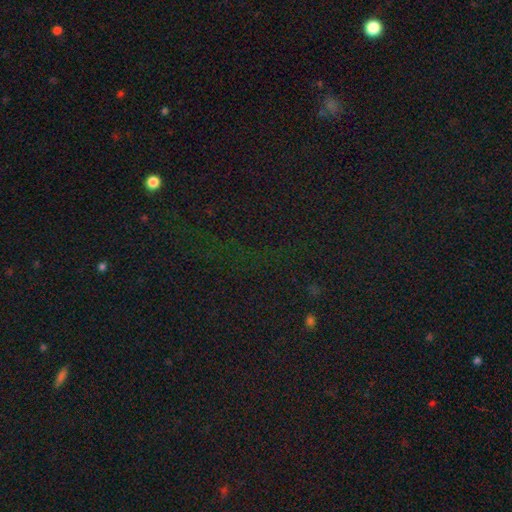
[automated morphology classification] A star or artifact, not a galaxy (75%).

Vote fractions:
- Smooth or featured? star or artifact: 75% / smooth: 16% / featured or disk: 8%